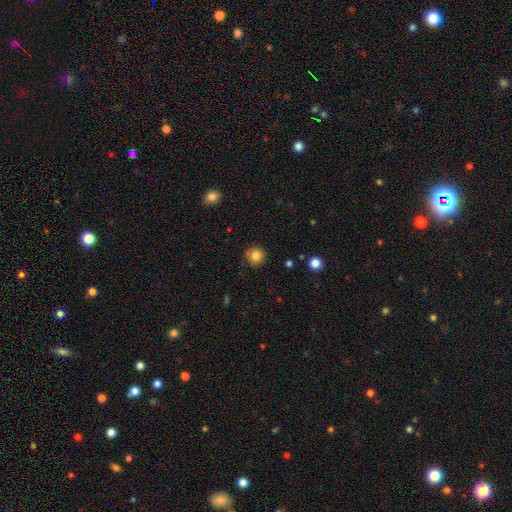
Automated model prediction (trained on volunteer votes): The model was most divided on "smooth or featured": smooth: 81%, star or artifact: 11%, featured or disk: 7%. More confident: how rounded — round (93%); merging — none (88%).